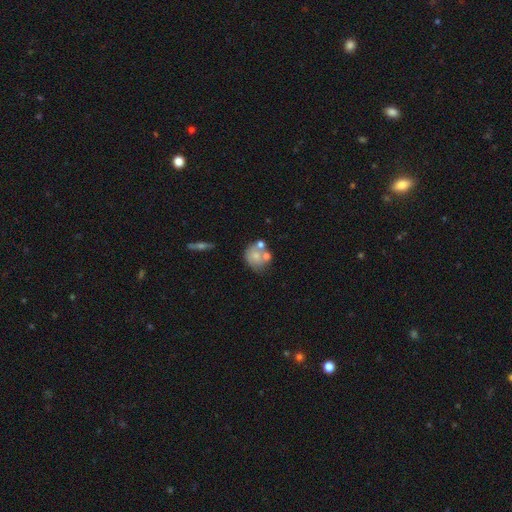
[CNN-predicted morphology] smooth 59%, featured or disk 32%, star or artifact 10%. Down the decision tree: how rounded — round (73%); merging — none (43%).